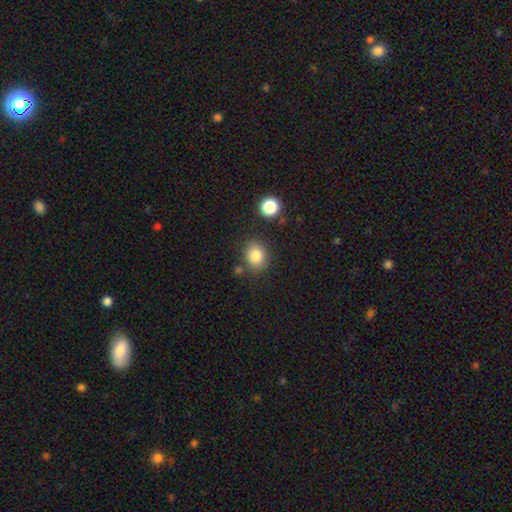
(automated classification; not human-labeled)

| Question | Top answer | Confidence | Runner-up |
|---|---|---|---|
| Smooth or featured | smooth | 83% | star or artifact (11%) |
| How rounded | round | 58% | in between (41%) |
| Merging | none | 79% | minor disturbance (12%) |